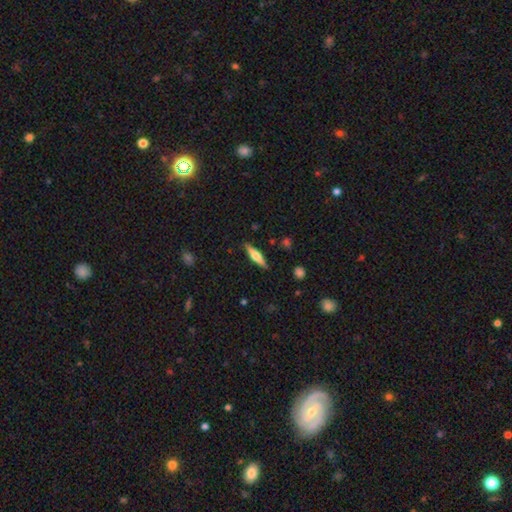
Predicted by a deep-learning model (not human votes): Smooth or featured? Predicted: featured or disk (p=0.52). Edge-on disk? Predicted: yes (p=0.95). Merging? Predicted: none (p=0.89).